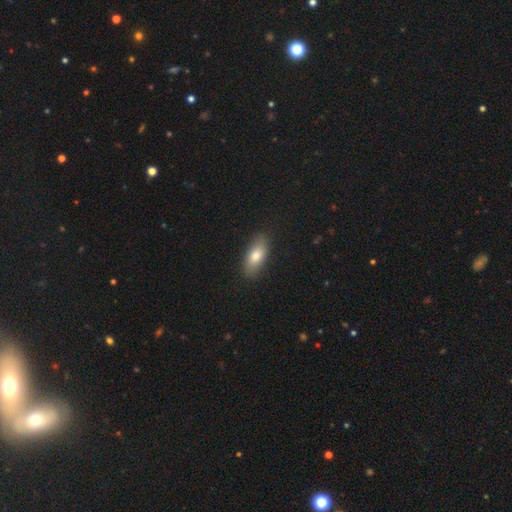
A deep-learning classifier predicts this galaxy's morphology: Overall: smooth (77%). How rounded: in between (82%). Merging: none (86%).